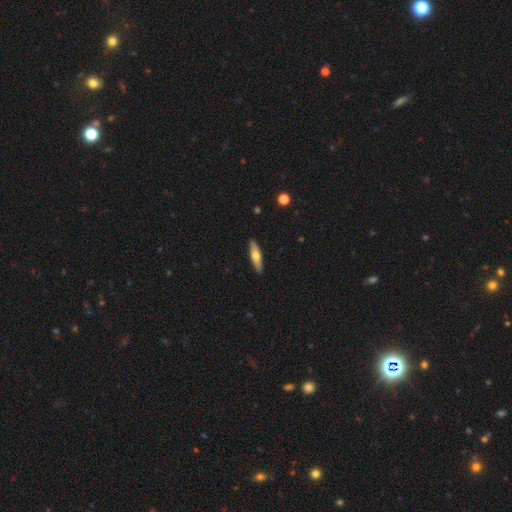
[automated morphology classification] A smooth galaxy with no disk features (57%) that is cigar-shaped (66%). Merging: none (91%).